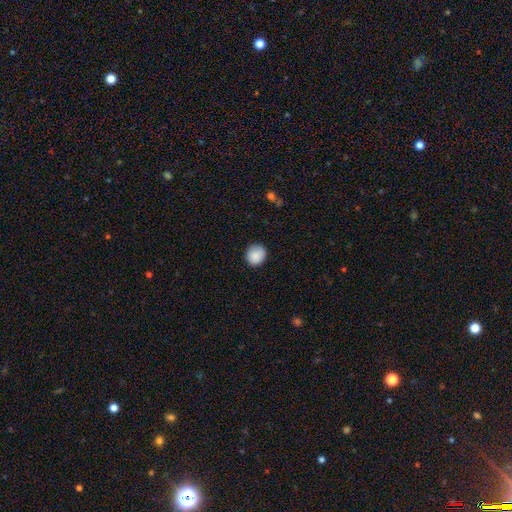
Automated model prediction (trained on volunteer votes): A smooth galaxy with no disk features (88%) that is round (88%). Merging: none (84%).